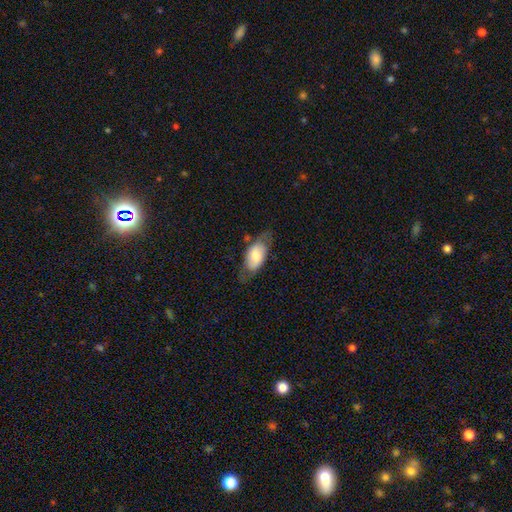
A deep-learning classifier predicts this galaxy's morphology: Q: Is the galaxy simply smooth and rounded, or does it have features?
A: smooth — 64%.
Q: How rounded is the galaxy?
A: in between — 89%.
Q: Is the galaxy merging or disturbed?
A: none — 58%.